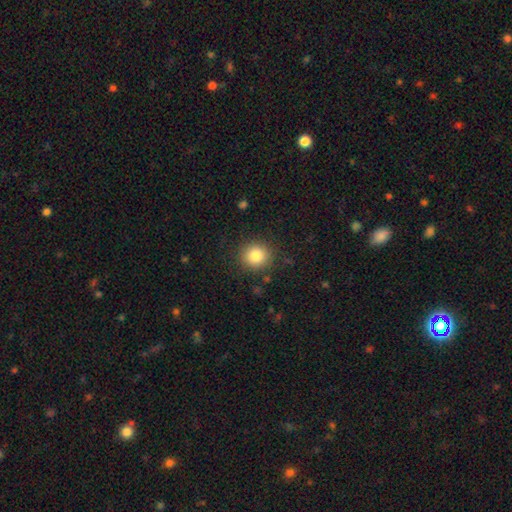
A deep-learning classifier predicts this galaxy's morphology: Q: Smooth or featured?
A: smooth (83%); runner-up: star or artifact (11%)
Q: How rounded?
A: round (90%); runner-up: in between (9%)
Q: Merging?
A: none (88%); runner-up: minor disturbance (8%)